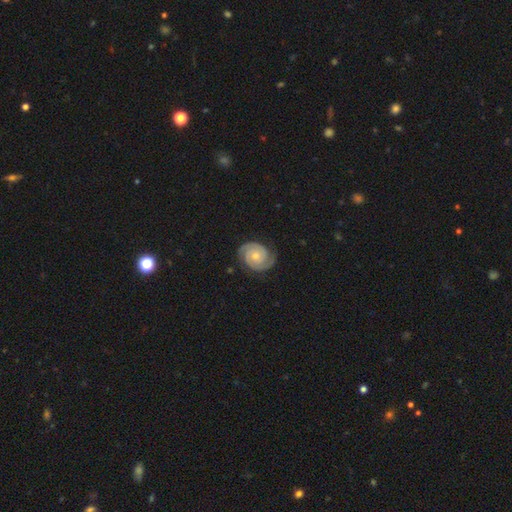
Volunteers were most divided on "bulge size": small: 49%, moderate: 46%, dominant: 3%, none: 3%, large: 0%. More confident: spiral arms — yes (100%); edge-on disk — no (97%); smooth or featured — featured or disk (90%); spiral arm count — 2 (83%); merging — none (79%); bar — no (71%); spiral winding — tight (60%).